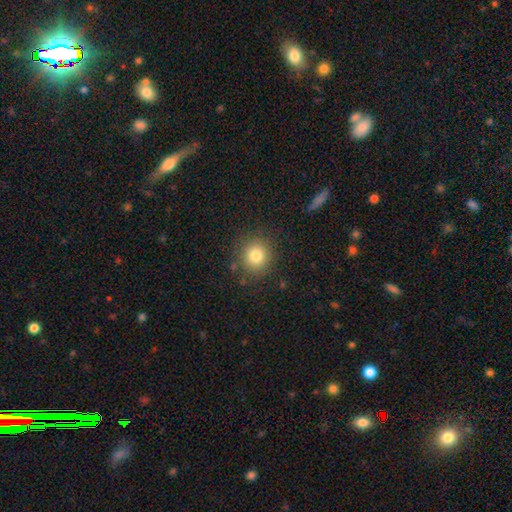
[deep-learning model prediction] A smooth galaxy with no disk features (80%) that is round (89%).

Vote fractions:
- Smooth or featured? smooth: 80% / star or artifact: 12% / featured or disk: 8%
- How rounded? round: 89% / in between: 10% / cigar-shaped: 1%
- Merging? none: 87% / minor disturbance: 8% / major disturbance: 3% / merger: 2%